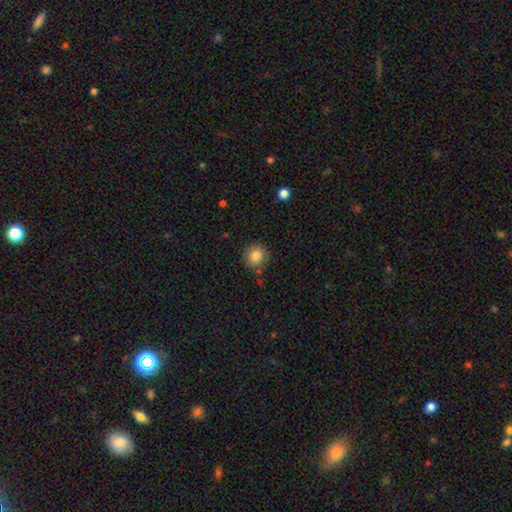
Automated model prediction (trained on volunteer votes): smooth-or-featured: smooth: 84% | star or artifact: 10% | featured or disk: 6%
  how-rounded: round: 87% | in between: 12% | cigar-shaped: 1%
  merging: none: 84% | minor disturbance: 10% | merger: 3% | major disturbance: 3%